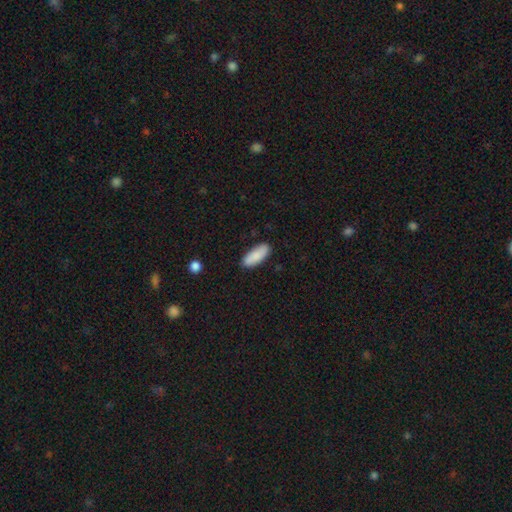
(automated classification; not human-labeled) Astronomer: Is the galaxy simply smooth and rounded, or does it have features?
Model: smooth — 88%.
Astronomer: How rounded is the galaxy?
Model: in between — 74%.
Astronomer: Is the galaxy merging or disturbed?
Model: none — 87%.